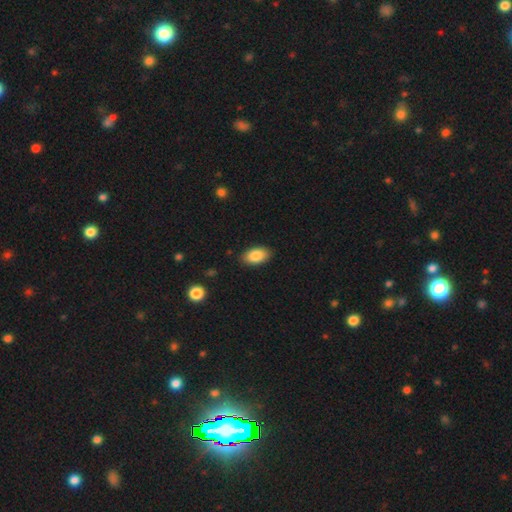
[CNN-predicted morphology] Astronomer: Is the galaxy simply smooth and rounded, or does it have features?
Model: smooth — 86%.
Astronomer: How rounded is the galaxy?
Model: in between — 94%.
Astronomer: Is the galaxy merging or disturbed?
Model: none — 88%.